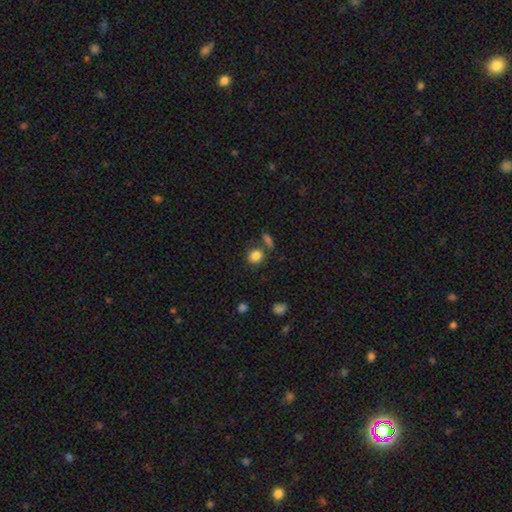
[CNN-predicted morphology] A smooth galaxy with no disk features (85%) that is round (68%).

Vote fractions:
- Smooth or featured? smooth: 85% / star or artifact: 10% / featured or disk: 5%
- How rounded? round: 68% / in between: 31% / cigar-shaped: 2%
- Merging? none: 70% / merger: 14% / minor disturbance: 12% / major disturbance: 4%